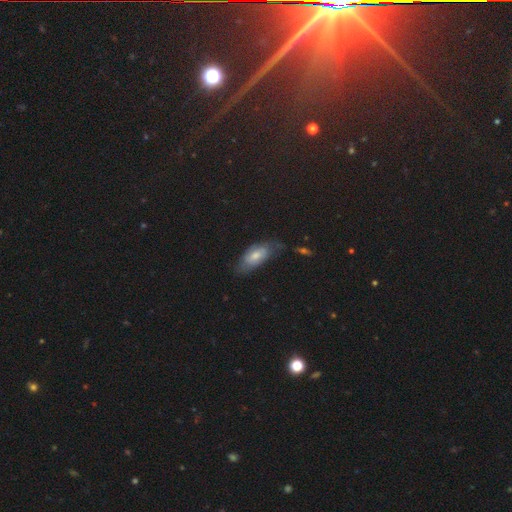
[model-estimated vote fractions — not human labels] smooth-or-featured: smooth: 61% | featured or disk: 32% | star or artifact: 8%
  how-rounded: in between: 84% | cigar-shaped: 13% | round: 3%
  merging: none: 56% | minor disturbance: 31% | major disturbance: 11% | merger: 3%